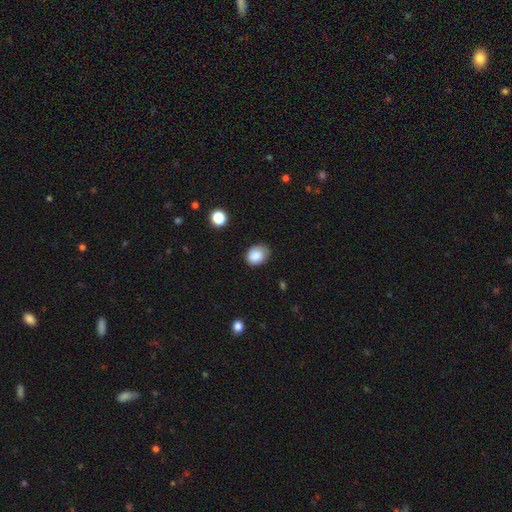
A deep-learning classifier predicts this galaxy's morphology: smooth-or-featured: smooth: 86% | star or artifact: 9% | featured or disk: 5%
  how-rounded: in between: 57% | round: 42% | cigar-shaped: 1%
  merging: none: 70% | minor disturbance: 24% | major disturbance: 4% | merger: 2%